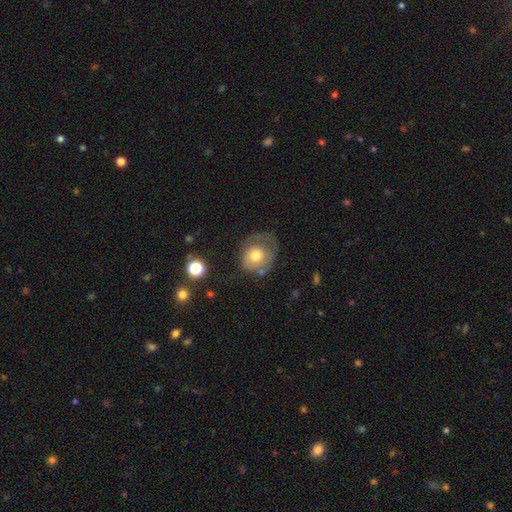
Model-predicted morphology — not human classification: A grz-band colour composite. It shows a smooth galaxy with no disk features (57%) that is round (70%). Merging: none (42%).